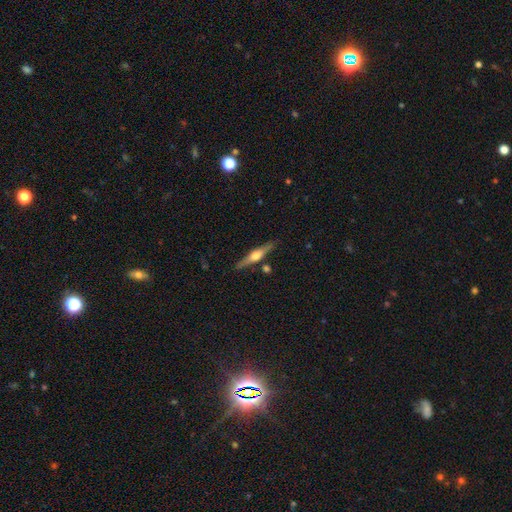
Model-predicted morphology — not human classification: Smooth or featured? featured or disk (71%)
Edge-on disk? yes (97%)
Edge-on bulge? rounded (92%)
Merging? none (85%)